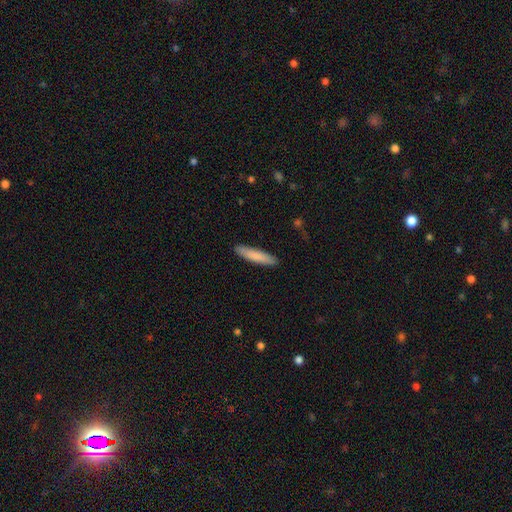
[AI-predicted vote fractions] This is clearly a smooth galaxy (82%). How rounded: clearly cigar-shaped (84%). Merging: clearly none (89%).